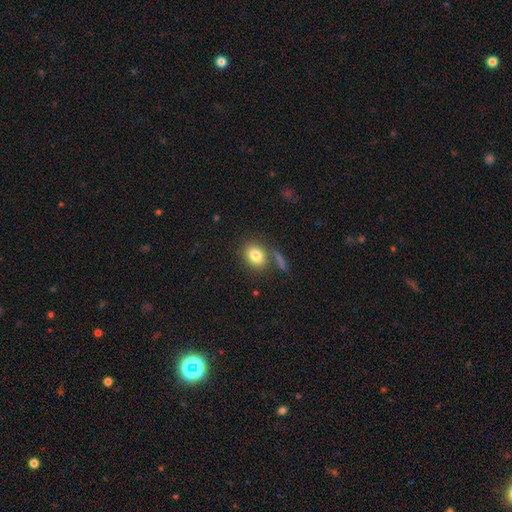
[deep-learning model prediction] The model was most divided on "how rounded": round: 50%, in between: 48%, cigar-shaped: 2%. More confident: smooth or featured — smooth (81%); merging — none (70%).